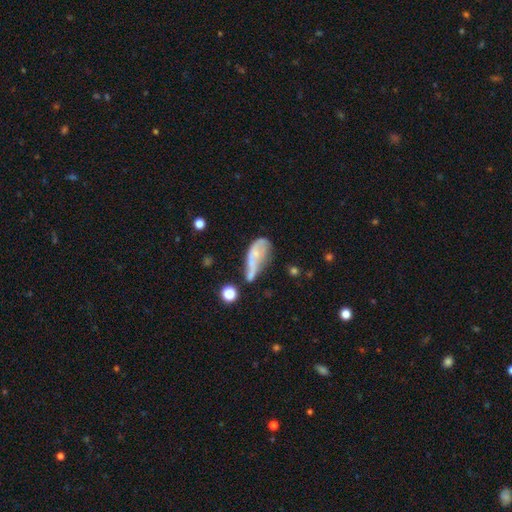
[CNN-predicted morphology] Overall: featured or disk (46%; smooth 42%). Merging: major disturbance (30%; minor disturbance 24%).